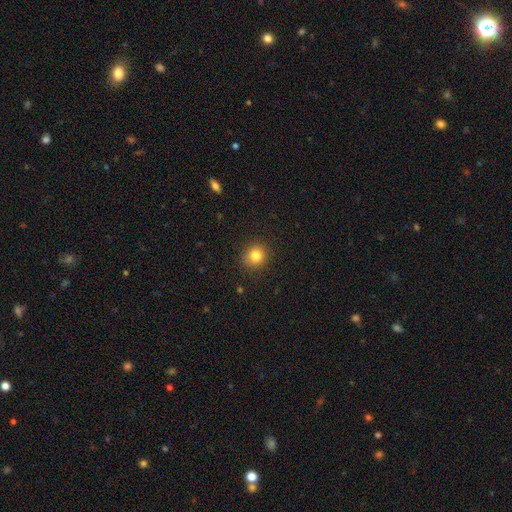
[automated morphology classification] This appears to be a smooth galaxy with no disk features (82%) that is round (88%). Merging: none (90%).